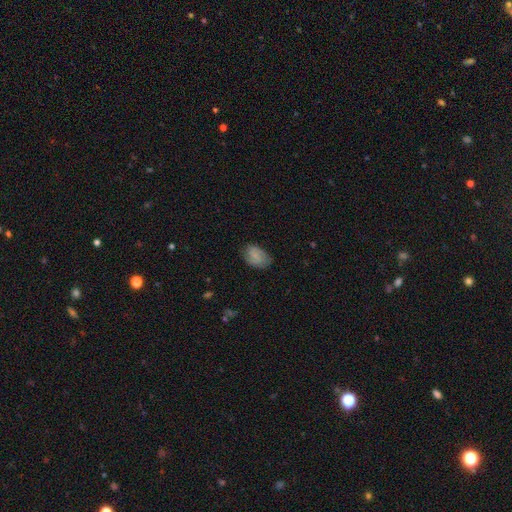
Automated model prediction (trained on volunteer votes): Q: Smooth or featured?
A: smooth (80%); runner-up: featured or disk (12%)
Q: How rounded?
A: in between (86%); runner-up: round (13%)
Q: Merging?
A: none (70%); runner-up: minor disturbance (24%)